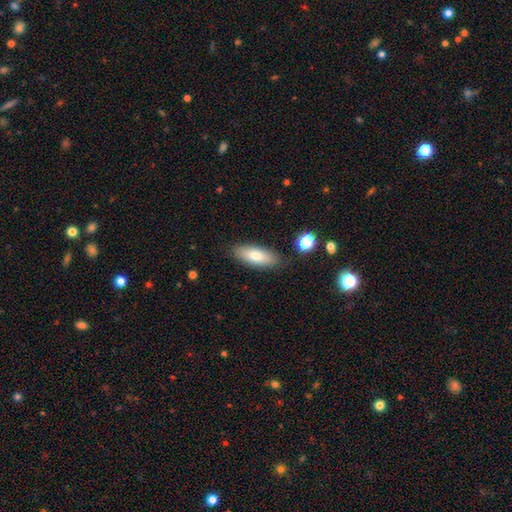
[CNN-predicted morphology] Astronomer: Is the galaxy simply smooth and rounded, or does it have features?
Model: smooth — 76%.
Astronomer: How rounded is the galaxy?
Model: in between — 73%.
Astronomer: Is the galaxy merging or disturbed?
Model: none — 85%.